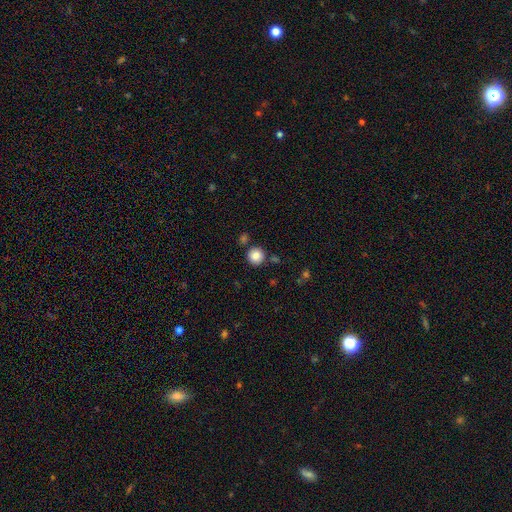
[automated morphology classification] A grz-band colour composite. It shows a smooth galaxy with no disk features (87%) that is round (94%). Merging: none (84%).